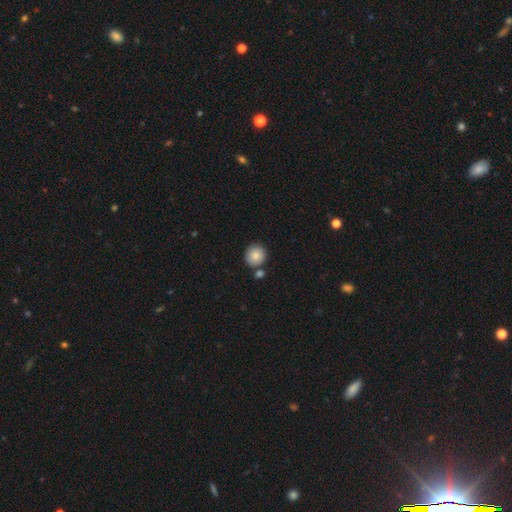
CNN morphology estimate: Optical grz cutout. It shows a smooth galaxy with no disk features (85%) that is round (92%). Merging: none (76%).